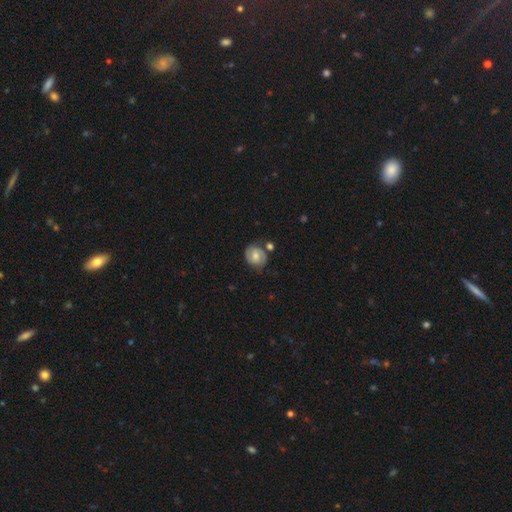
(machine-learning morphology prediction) Q: Smooth or featured?
A: featured or disk (54%); runner-up: smooth (38%)
Q: Edge-on disk?
A: no (97%); runner-up: yes (3%)
Q: Bar?
A: no (61%); runner-up: weak (32%)
Q: Spiral arms?
A: yes (81%); runner-up: no (19%)
Q: Bulge size?
A: moderate (65%); runner-up: small (27%)
Q: Merging?
A: none (70%); runner-up: minor disturbance (17%)